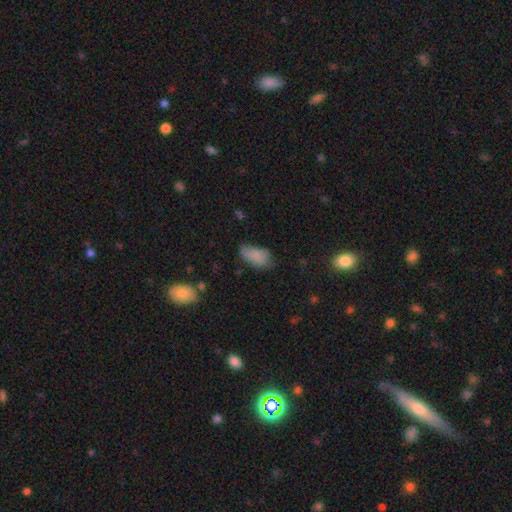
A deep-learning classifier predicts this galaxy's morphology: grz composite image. It shows a smooth galaxy with no disk features (79%) that is in between round and cigar-shaped (93%). Merging: none (45%).